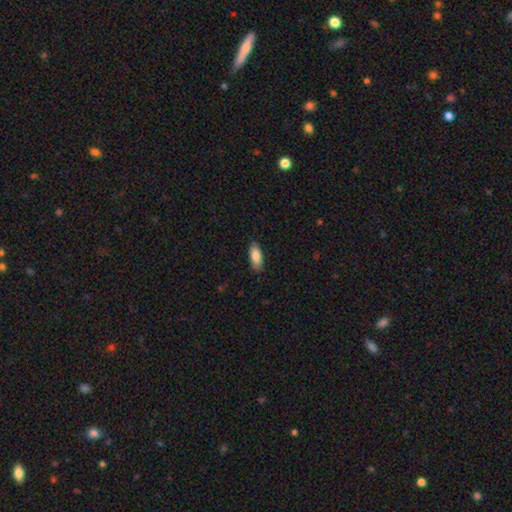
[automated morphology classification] This is clearly a smooth galaxy (85%). How rounded: clearly in between (83%). Merging: clearly none (86%).